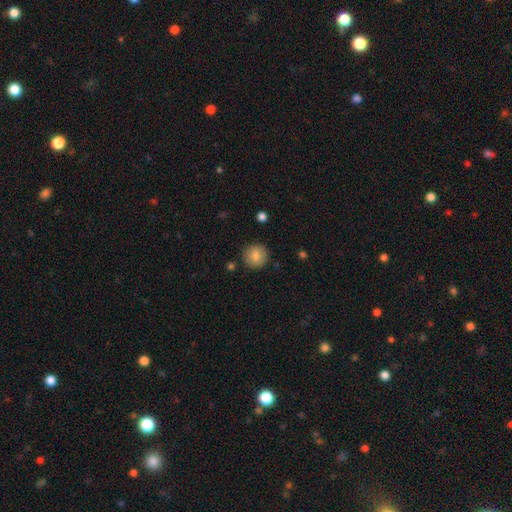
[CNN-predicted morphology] Smooth or featured: smooth — 83% (featured or disk — 9%)
How rounded: round — 94% (in between — 5%)
Merging: none — 89% (minor disturbance — 7%)